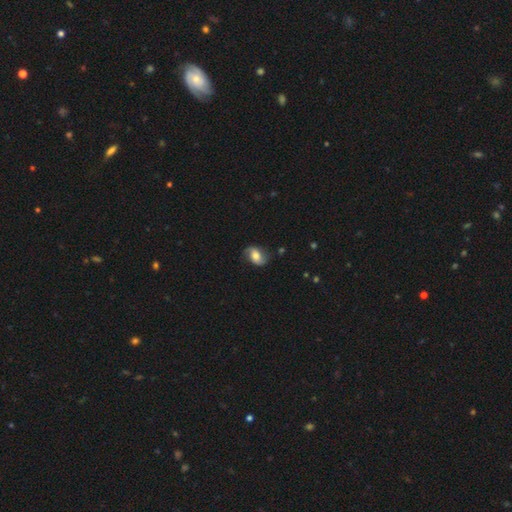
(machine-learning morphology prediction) Smooth or featured?
  - featured or disk: 51% *
  - smooth: 41%
  - star or artifact: 8%
Edge-on disk?
  - no: 96% *
  - yes: 4%
Merging?
  - none: 71% *
  - minor disturbance: 21%
  - major disturbance: 7%
  - merger: 2%